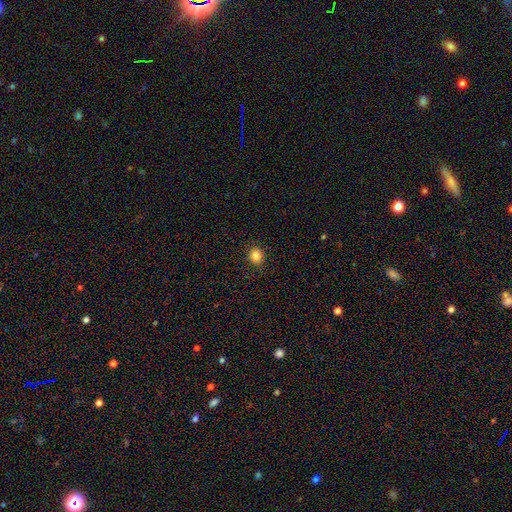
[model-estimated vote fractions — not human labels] smooth-or-featured: smooth: 84% | star or artifact: 11% | featured or disk: 5%
  how-rounded: round: 76% | in between: 23% | cigar-shaped: 1%
  merging: none: 89% | minor disturbance: 8% | major disturbance: 2% | merger: 1%